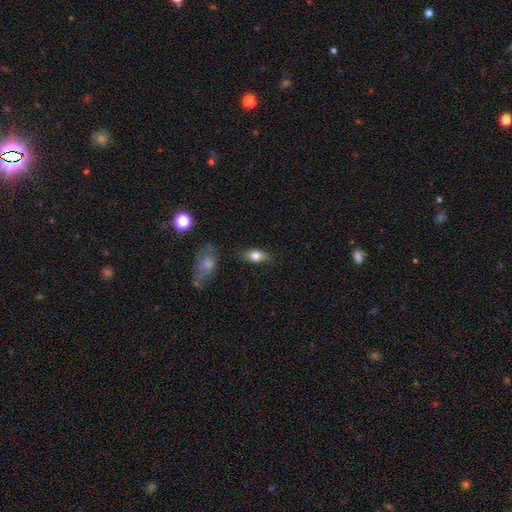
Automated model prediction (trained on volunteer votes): Q: Smooth or featured?
A: smooth (72%); runner-up: featured or disk (20%)
Q: How rounded?
A: in between (81%); runner-up: cigar-shaped (12%)
Q: Merging?
A: none (82%); runner-up: minor disturbance (12%)